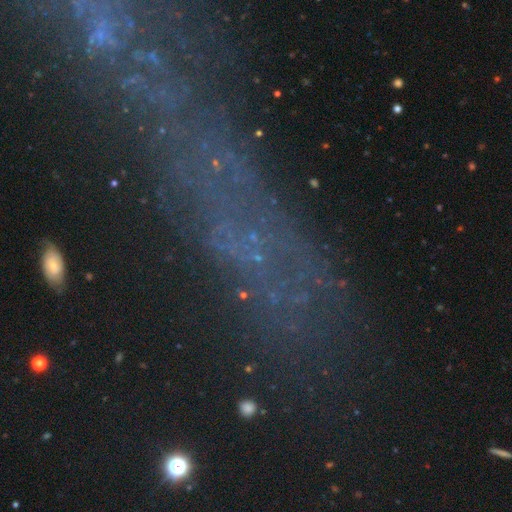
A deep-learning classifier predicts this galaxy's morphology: Q: Smooth or featured?
A: star or artifact (44%); runner-up: featured or disk (31%)